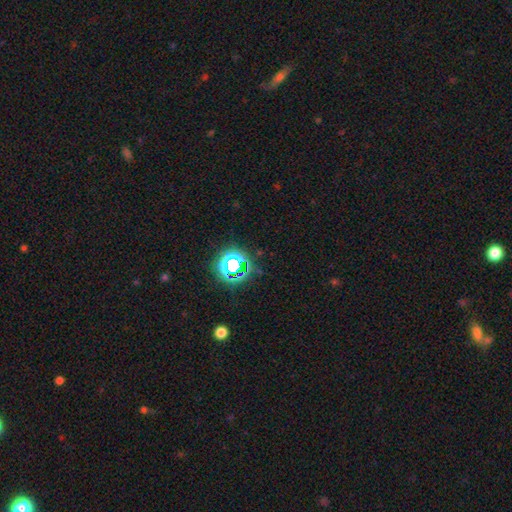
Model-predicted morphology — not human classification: A star or artifact, not a galaxy (76%).